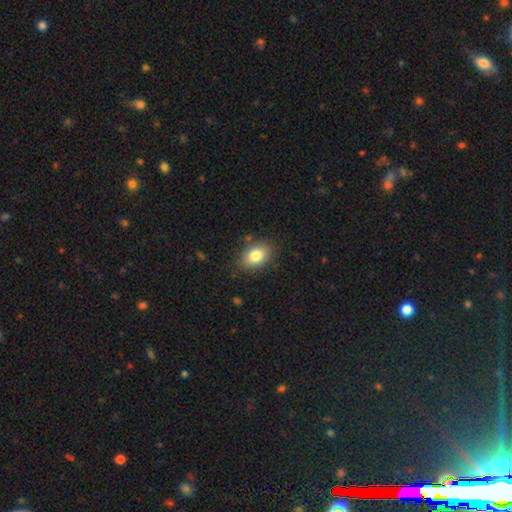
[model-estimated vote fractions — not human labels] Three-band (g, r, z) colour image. It shows a smooth galaxy with no disk features (82%) that is in between round and cigar-shaped (81%). Merging: none (83%).